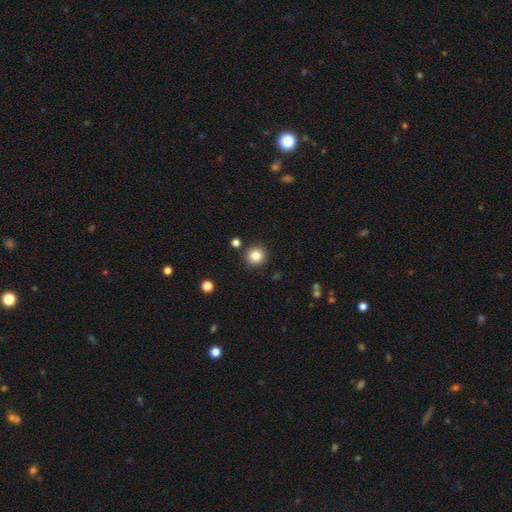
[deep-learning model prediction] Smooth or featured? Predicted: smooth (p=0.84). How rounded? Predicted: round (p=0.94). Merging? Predicted: none (p=0.89).